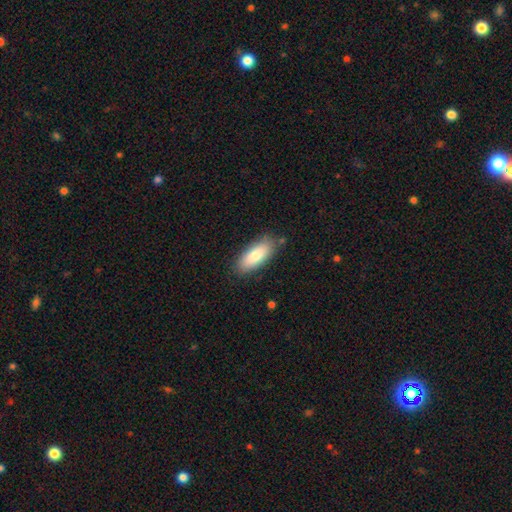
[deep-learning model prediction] Morphology: type=smooth (82%); roundness=in between (79%); merging=none (82%).